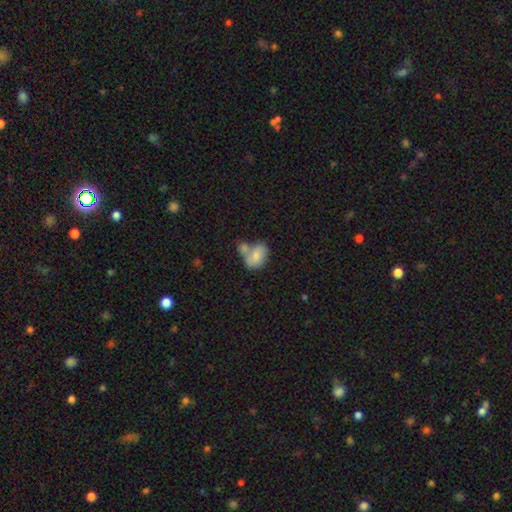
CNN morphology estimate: The model was most divided on "merging": merger: 52%, none: 27%, minor disturbance: 14%, major disturbance: 7%. More confident: how rounded — in between (80%); smooth or featured — smooth (76%).